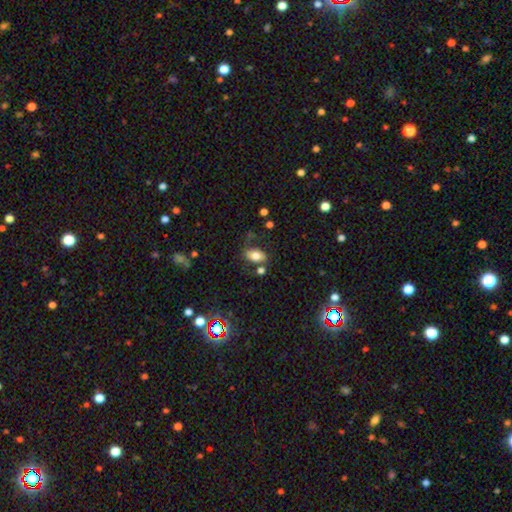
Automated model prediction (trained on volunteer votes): Smooth or featured?
  - smooth: 70% *
  - featured or disk: 21%
  - star or artifact: 9%
How rounded?
  - in between: 90% *
  - round: 7%
  - cigar-shaped: 3%
Merging?
  - none: 64% *
  - minor disturbance: 17%
  - major disturbance: 9%
  - merger: 9%